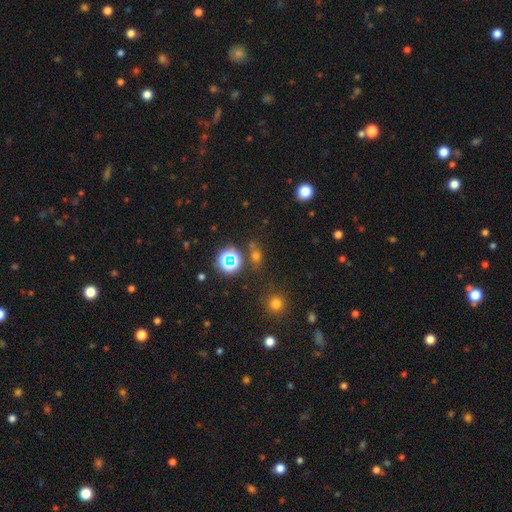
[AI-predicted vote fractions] Q: Smooth or featured?
A: smooth (47%); runner-up: star or artifact (42%)
Q: Merging?
A: none (73%); runner-up: minor disturbance (12%)